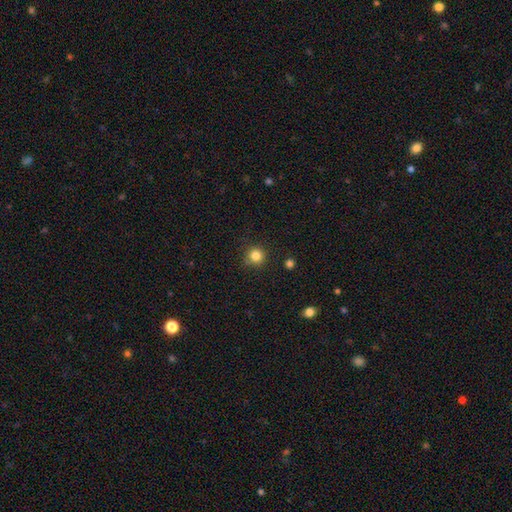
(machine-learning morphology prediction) The model was most divided on "smooth or featured": smooth: 83%, star or artifact: 12%, featured or disk: 5%. More confident: how rounded — round (94%); merging — none (86%).